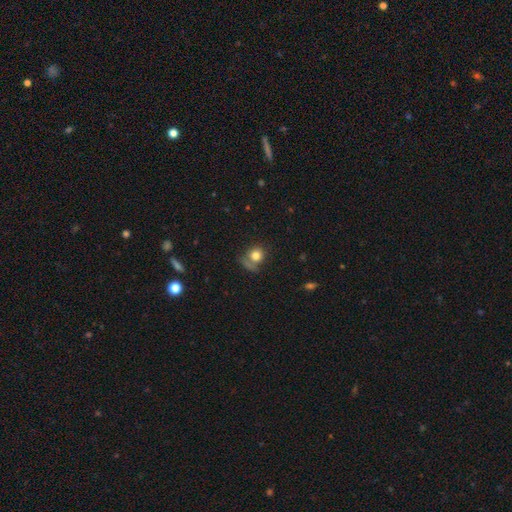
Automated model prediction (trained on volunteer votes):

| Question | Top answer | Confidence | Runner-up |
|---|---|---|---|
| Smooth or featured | smooth | 77% | featured or disk (12%) |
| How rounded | round | 78% | in between (21%) |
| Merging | none | 54% | minor disturbance (21%) |